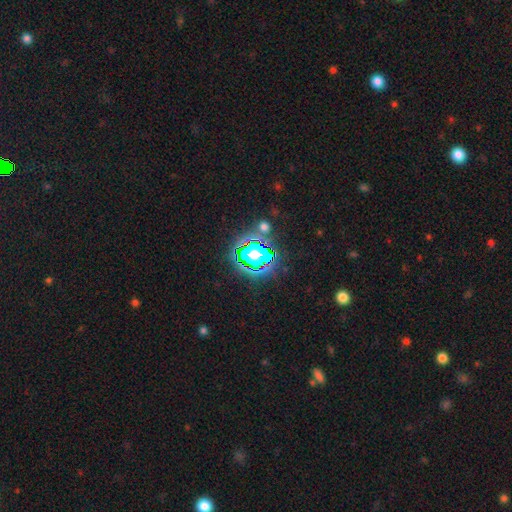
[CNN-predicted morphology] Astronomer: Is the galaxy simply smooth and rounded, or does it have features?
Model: star or artifact — 78%.